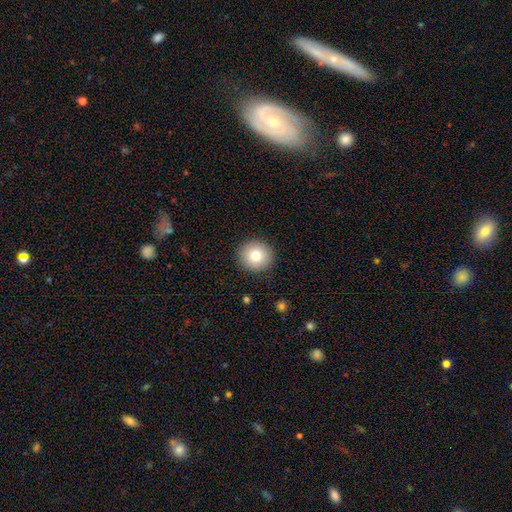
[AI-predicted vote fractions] Overall: smooth (80%). How rounded: round (91%). Merging: none (91%).